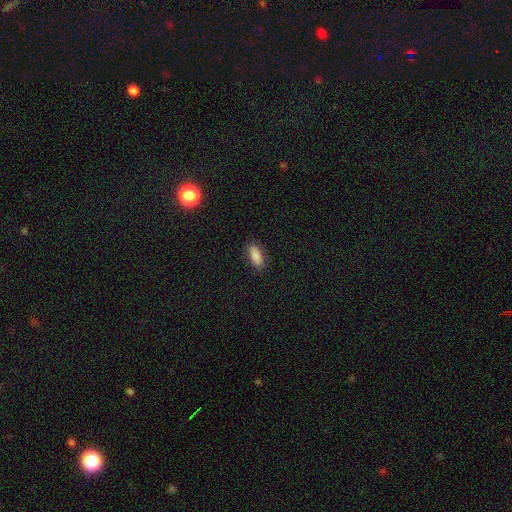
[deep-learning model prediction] This is clearly a smooth galaxy (87%). How rounded: likely in between (75%). Merging: clearly none (87%).